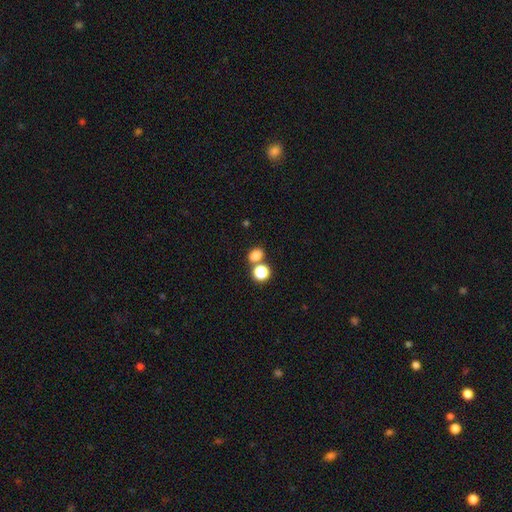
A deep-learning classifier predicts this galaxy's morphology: Overall: smooth (80%). How rounded: in between (53%; round 45%). Merging: none (59%; merger 29%).